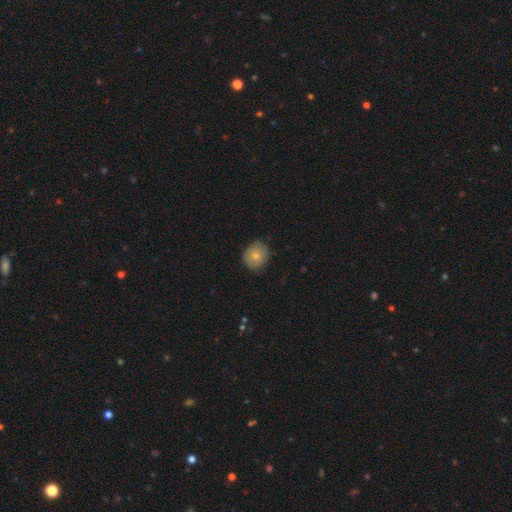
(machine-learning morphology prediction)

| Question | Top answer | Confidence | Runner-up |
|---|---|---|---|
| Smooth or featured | smooth | 76% | featured or disk (16%) |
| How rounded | round | 73% | in between (26%) |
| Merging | none | 80% | minor disturbance (16%) |